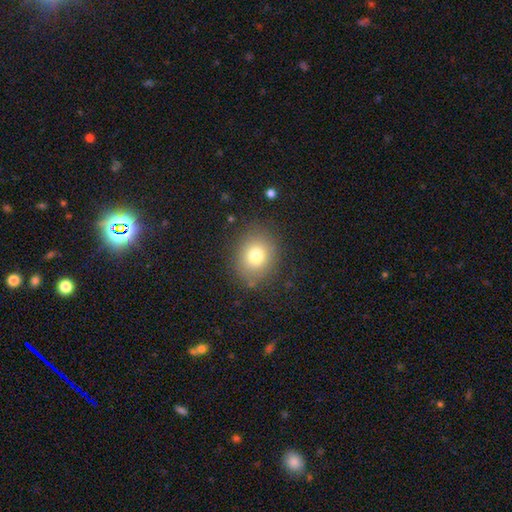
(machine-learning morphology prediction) This appears to be a smooth galaxy with no disk features (76%) that is round (64%). Merging: none (83%).